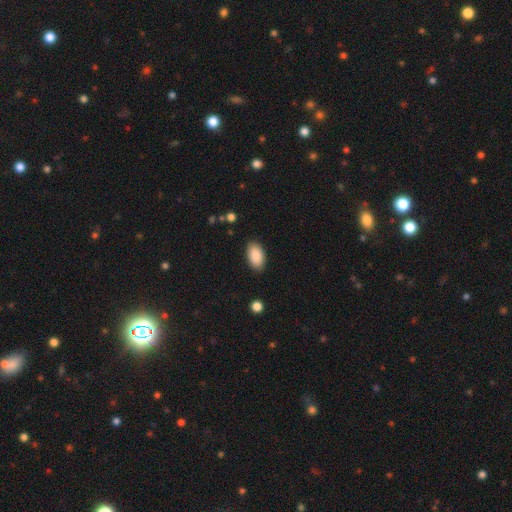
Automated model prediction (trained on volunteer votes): Smooth or featured: smooth — 90% (star or artifact — 6%)
How rounded: in between — 95% (round — 4%)
Merging: none — 87% (minor disturbance — 10%)